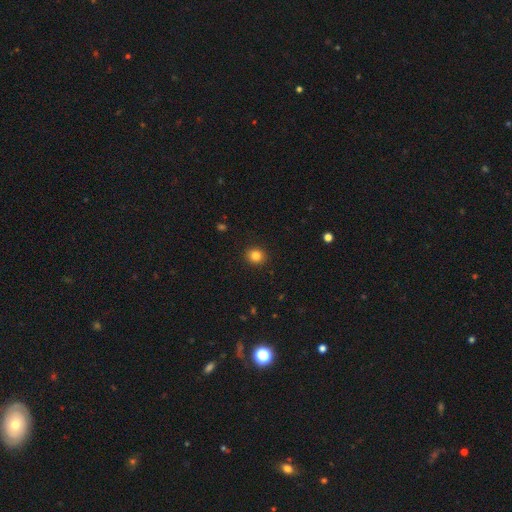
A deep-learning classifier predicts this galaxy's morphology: A smooth galaxy with no disk features (83%) that is round (83%).

Vote fractions:
- Smooth or featured? smooth: 83% / star or artifact: 11% / featured or disk: 6%
- How rounded? round: 83% / in between: 16% / cigar-shaped: 1%
- Merging? none: 92% / minor disturbance: 5% / major disturbance: 2% / merger: 1%